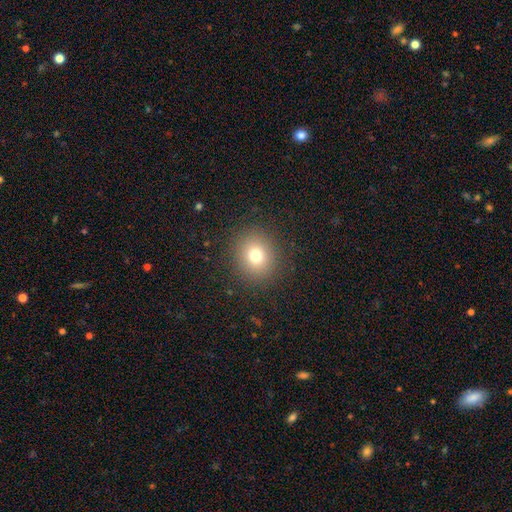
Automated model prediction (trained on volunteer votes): Q: Smooth or featured?
A: smooth (75%); runner-up: star or artifact (15%)
Q: How rounded?
A: round (83%); runner-up: in between (16%)
Q: Merging?
A: none (89%); runner-up: minor disturbance (7%)